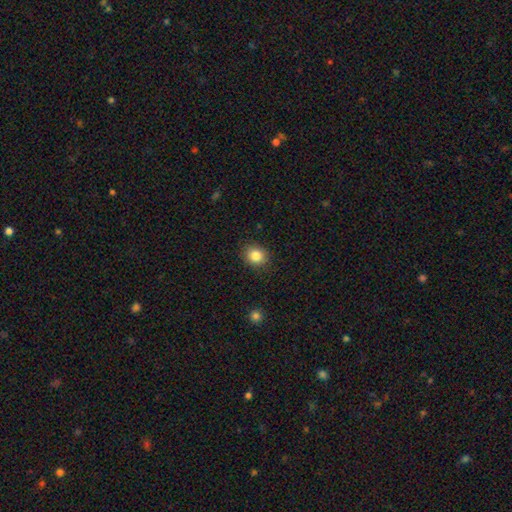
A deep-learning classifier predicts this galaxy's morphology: The model was most divided on "how rounded": round: 69%, in between: 30%, cigar-shaped: 1%. More confident: merging — none (89%); smooth or featured — smooth (85%).